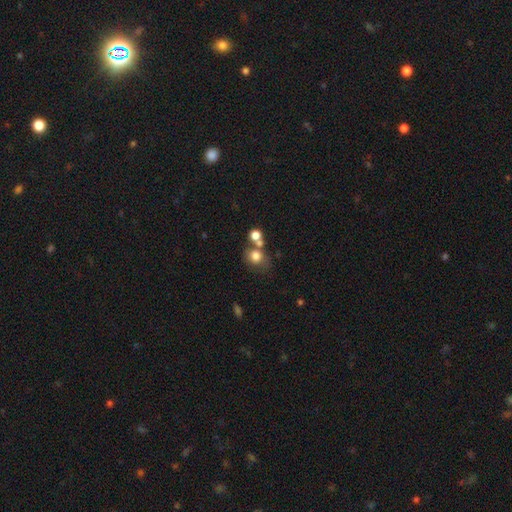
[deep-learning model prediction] Smooth or featured?
  - smooth: 76% *
  - featured or disk: 13%
  - star or artifact: 12%
How rounded?
  - round: 68% *
  - in between: 31%
  - cigar-shaped: 1%
Merging?
  - none: 45% *
  - merger: 35%
  - minor disturbance: 13%
  - major disturbance: 7%